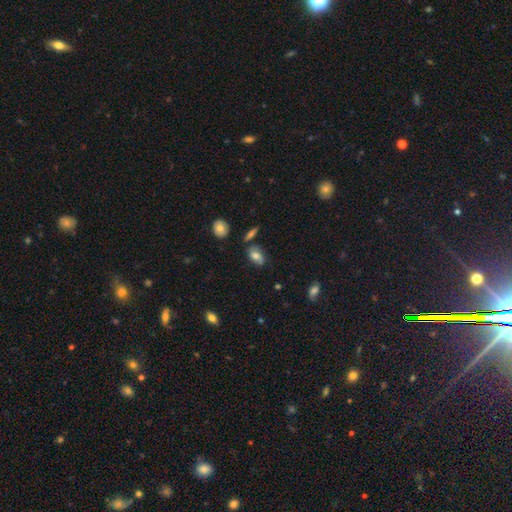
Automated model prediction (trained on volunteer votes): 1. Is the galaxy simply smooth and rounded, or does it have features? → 65% smooth, 26% featured or disk, 9% star or artifact.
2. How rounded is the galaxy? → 87% in between, 9% round, 4% cigar-shaped.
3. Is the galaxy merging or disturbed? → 66% none, 22% minor disturbance, 6% major disturbance, 6% merger.